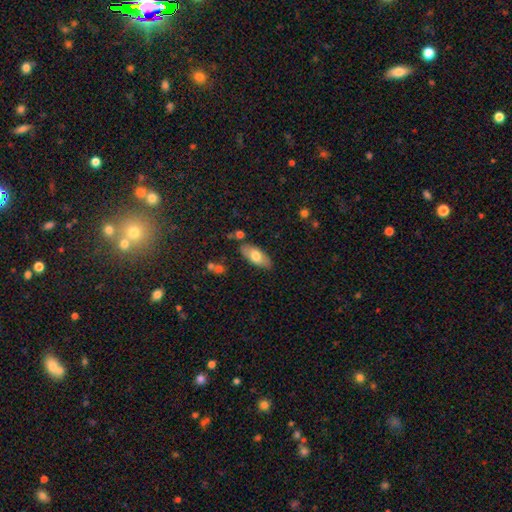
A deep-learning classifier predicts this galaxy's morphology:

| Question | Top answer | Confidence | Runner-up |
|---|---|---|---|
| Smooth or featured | smooth | 68% | featured or disk (26%) |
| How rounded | in between | 87% | cigar-shaped (11%) |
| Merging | none | 79% | minor disturbance (14%) |